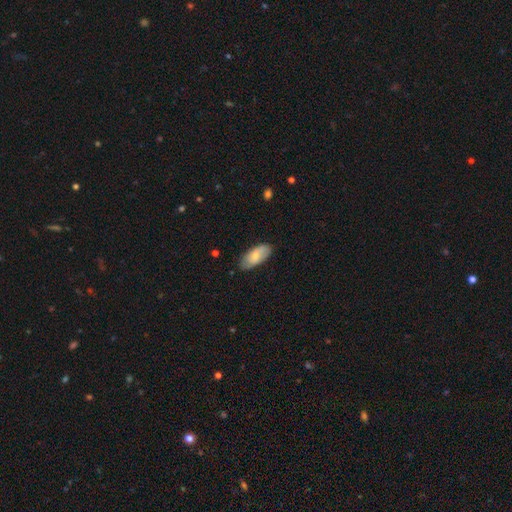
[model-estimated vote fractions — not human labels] Q: Smooth or featured?
A: smooth (73%); runner-up: featured or disk (21%)
Q: How rounded?
A: in between (89%); runner-up: cigar-shaped (9%)
Q: Merging?
A: none (78%); runner-up: minor disturbance (18%)